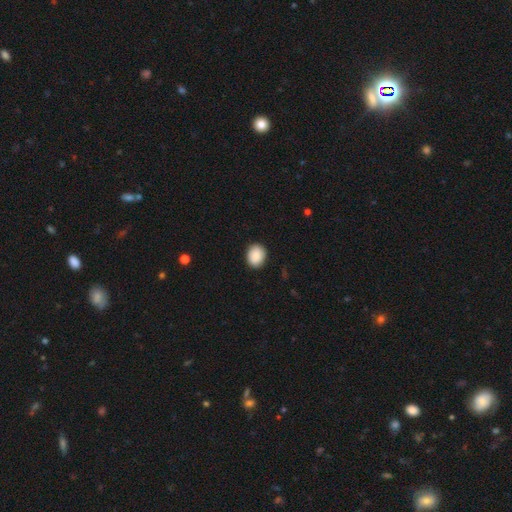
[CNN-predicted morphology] smooth 89%, star or artifact 7%, featured or disk 4%. Down the decision tree: how rounded — in between (51%); merging — none (88%).